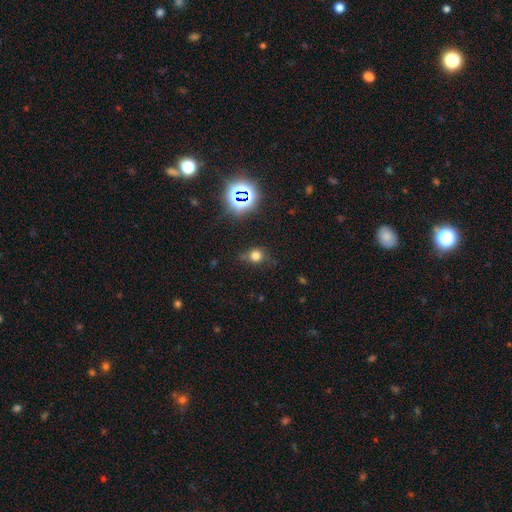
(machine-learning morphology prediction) smooth_or_featured: smooth (p=0.69) [alt: star or artifact p=0.22]
how_rounded: round (p=0.80) [alt: in between p=0.18]
merging: none (p=0.67) [alt: minor disturbance p=0.21]